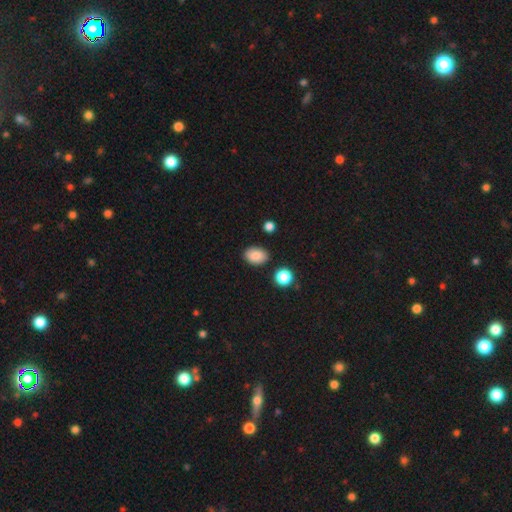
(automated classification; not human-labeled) The model was most divided on "how rounded": in between: 76%, round: 22%, cigar-shaped: 1%. More confident: smooth or featured — smooth (85%); merging — none (84%).